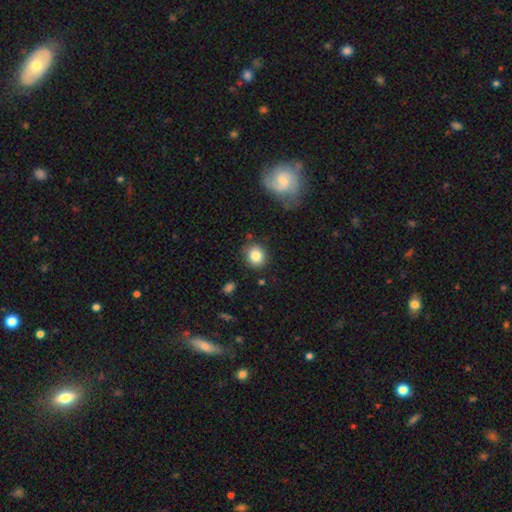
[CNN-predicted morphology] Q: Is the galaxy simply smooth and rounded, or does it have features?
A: smooth — 84%.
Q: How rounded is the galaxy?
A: round — 77%.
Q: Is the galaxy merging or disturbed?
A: none — 84%.